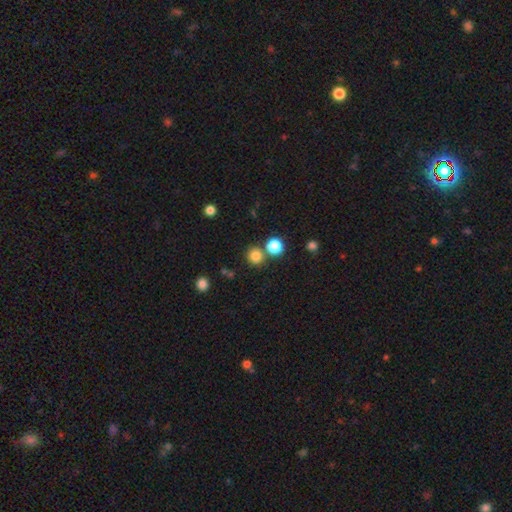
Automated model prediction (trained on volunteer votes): The model was most divided on "merging": none: 74%, merger: 17%, minor disturbance: 7%, major disturbance: 3%. More confident: how rounded — round (91%); smooth or featured — smooth (81%).